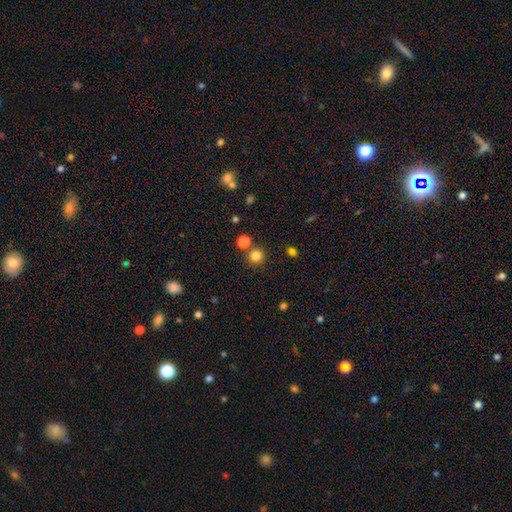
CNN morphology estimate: Smooth or featured: smooth — 82% (star or artifact — 14%)
How rounded: round — 94% (in between — 5%)
Merging: none — 81% (merger — 10%)